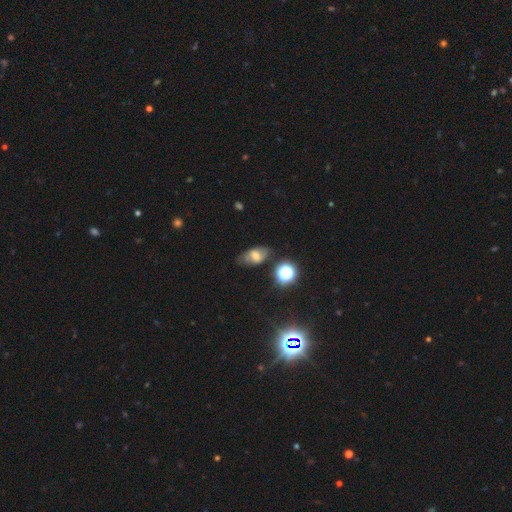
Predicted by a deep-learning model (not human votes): Smooth or featured? Predicted: smooth (p=0.42). Merging? Predicted: none (p=0.72).